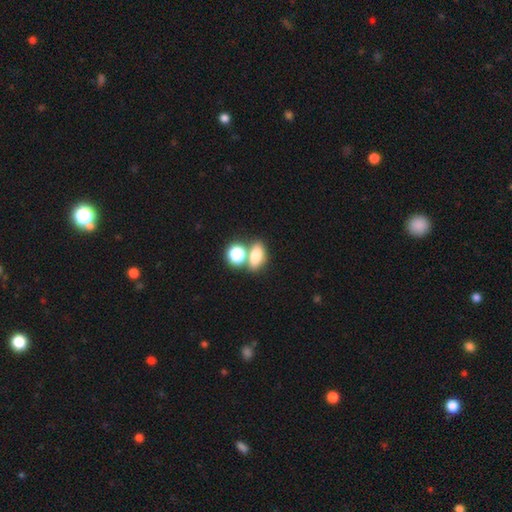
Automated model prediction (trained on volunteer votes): smooth_or_featured: smooth (p=0.75) [alt: star or artifact p=0.14]
how_rounded: in between (p=0.73) [alt: round p=0.22]
merging: none (p=0.50) [alt: merger p=0.34]